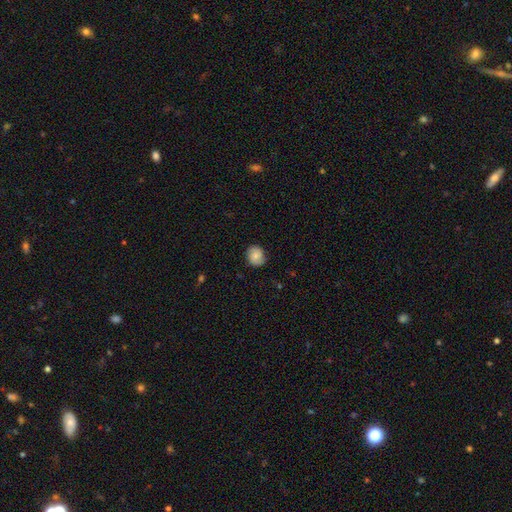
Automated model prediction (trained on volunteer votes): Q: Smooth or featured?
A: smooth (70%); runner-up: featured or disk (22%)
Q: How rounded?
A: round (71%); runner-up: in between (28%)
Q: Merging?
A: none (81%); runner-up: minor disturbance (15%)